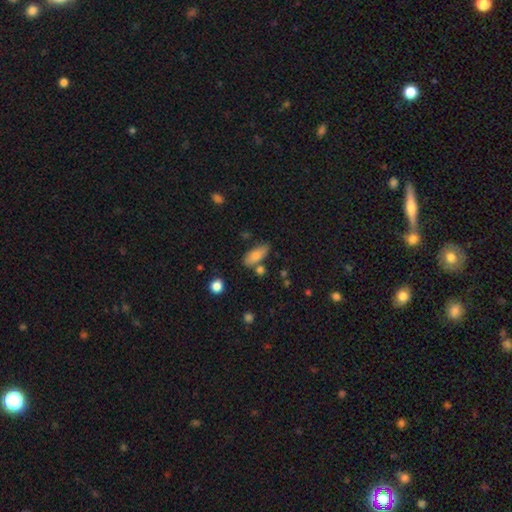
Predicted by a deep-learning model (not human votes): This is likely a smooth galaxy (78%). How rounded: likely in between (78%). Merging: likely none (65%).